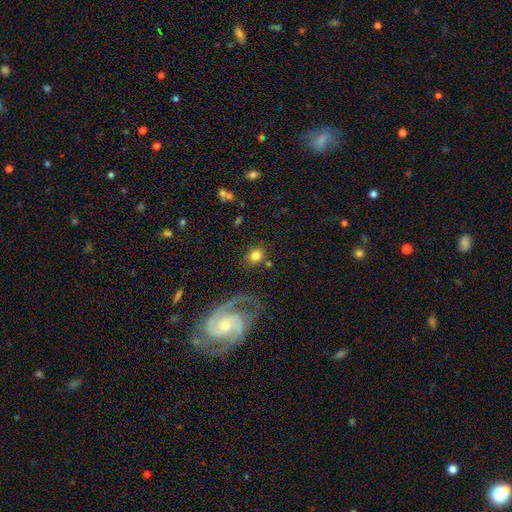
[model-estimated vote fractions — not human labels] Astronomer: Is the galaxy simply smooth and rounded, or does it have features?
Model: smooth — 76%.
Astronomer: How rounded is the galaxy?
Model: round — 66%.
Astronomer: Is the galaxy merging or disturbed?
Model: none — 77%.